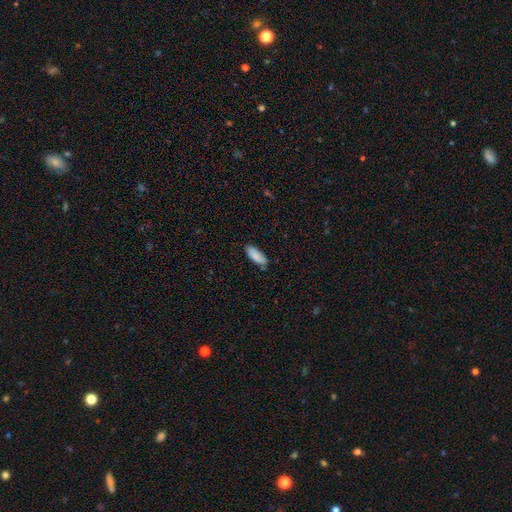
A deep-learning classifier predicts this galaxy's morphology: Smooth or featured: smooth — 86% (featured or disk — 8%)
How rounded: in between — 78% (cigar-shaped — 20%)
Merging: none — 78% (minor disturbance — 18%)